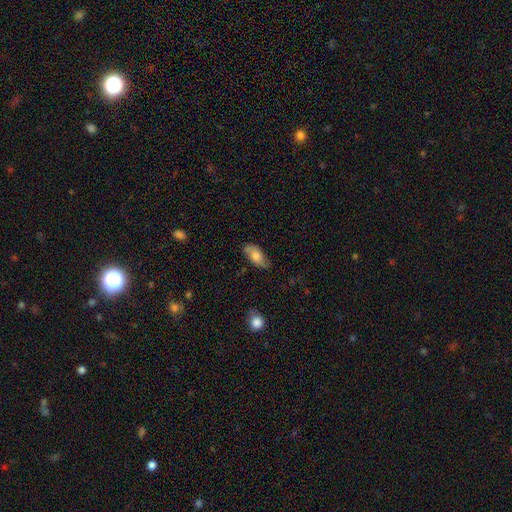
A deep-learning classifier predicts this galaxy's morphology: Smooth or featured?
  - smooth: 64% *
  - featured or disk: 29%
  - star or artifact: 7%
How rounded?
  - in between: 86% *
  - cigar-shaped: 11%
  - round: 4%
Merging?
  - none: 75% *
  - minor disturbance: 19%
  - major disturbance: 4%
  - merger: 2%